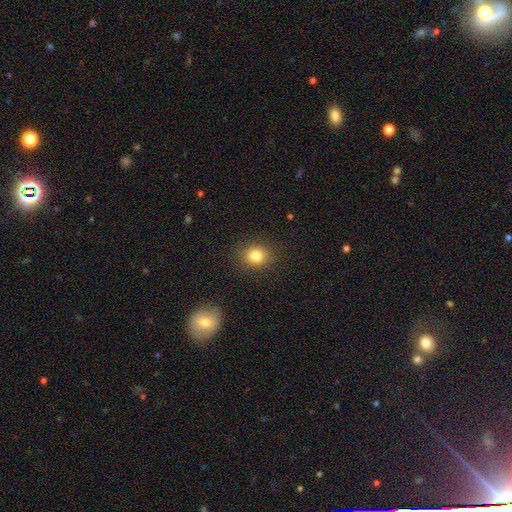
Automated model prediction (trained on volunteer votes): A smooth galaxy with no disk features (82%) that is round (75%). Merging: none (89%).